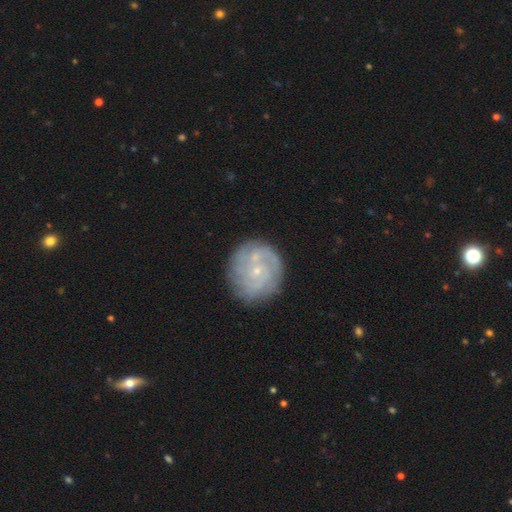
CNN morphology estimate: Smooth or featured? Predicted: featured or disk (p=0.71). Edge-on disk? Predicted: no (p=0.98). Bar? Predicted: no (p=0.77). Spiral arms? Predicted: yes (p=0.84). Spiral winding? Predicted: tight (p=0.67). Spiral arm count? Predicted: can't tell (p=0.38). Bulge size? Predicted: small (p=0.81). Merging? Predicted: none (p=0.71).